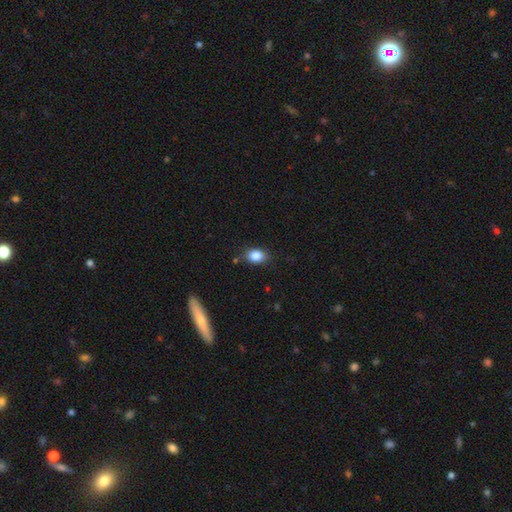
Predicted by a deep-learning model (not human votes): smooth 85%, star or artifact 9%, featured or disk 6%. Down the decision tree: how rounded — in between (70%); merging — none (78%).